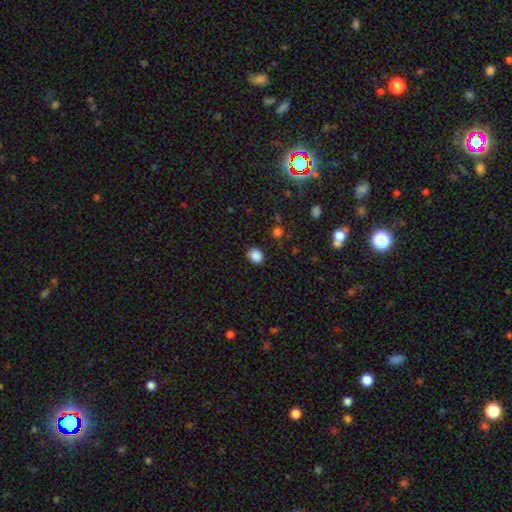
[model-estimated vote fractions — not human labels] Smooth or featured?
  - smooth: 86% *
  - star or artifact: 10%
  - featured or disk: 3%
How rounded?
  - round: 52% *
  - in between: 47%
  - cigar-shaped: 1%
Merging?
  - none: 83% *
  - minor disturbance: 12%
  - major disturbance: 3%
  - merger: 2%